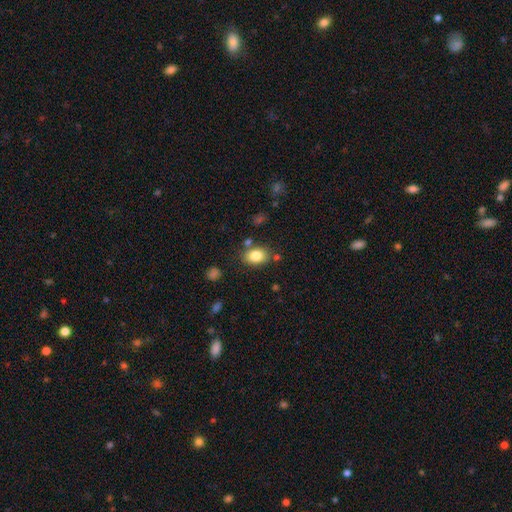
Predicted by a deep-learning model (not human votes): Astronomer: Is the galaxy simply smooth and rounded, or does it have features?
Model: smooth — 83%.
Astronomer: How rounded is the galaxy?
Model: in between — 77%.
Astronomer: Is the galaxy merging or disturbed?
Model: none — 77%.